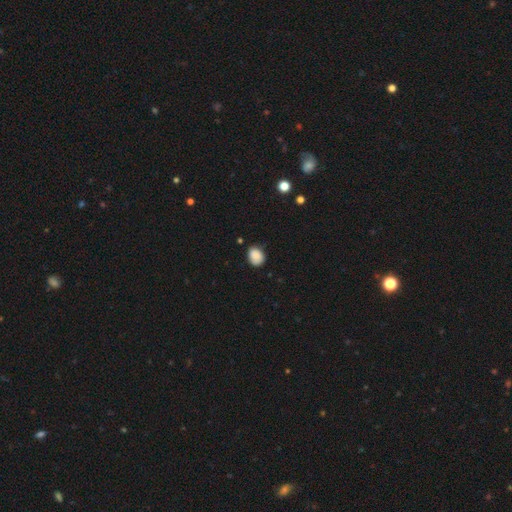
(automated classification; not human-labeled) Smooth or featured?
  - smooth: 87% *
  - star or artifact: 8%
  - featured or disk: 4%
How rounded?
  - in between: 57% *
  - round: 42%
  - cigar-shaped: 1%
Merging?
  - none: 74% *
  - minor disturbance: 21%
  - major disturbance: 3%
  - merger: 2%